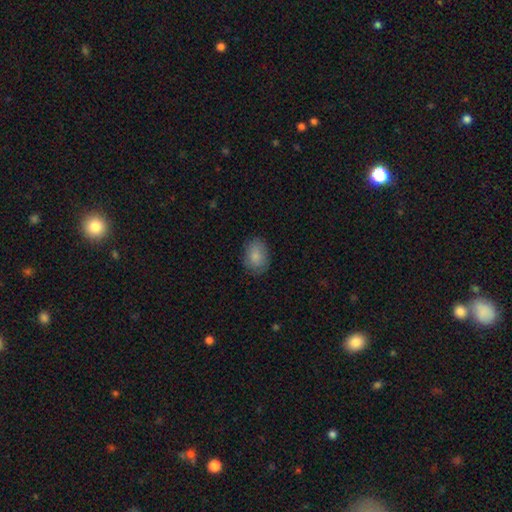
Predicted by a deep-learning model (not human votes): smooth-or-featured: smooth: 84% | featured or disk: 9% | star or artifact: 7%
  how-rounded: in between: 68% | round: 31% | cigar-shaped: 1%
  merging: none: 81% | minor disturbance: 15% | major disturbance: 4% | merger: 1%